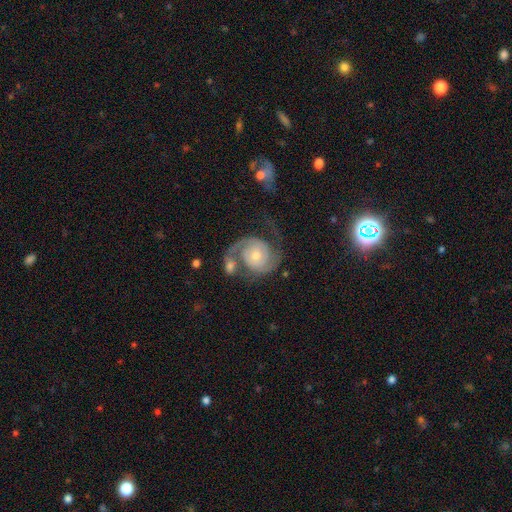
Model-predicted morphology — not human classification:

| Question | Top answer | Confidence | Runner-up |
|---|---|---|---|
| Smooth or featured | featured or disk | 86% | smooth (9%) |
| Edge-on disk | no | 98% | yes (2%) |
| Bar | no | 73% | weak (22%) |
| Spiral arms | yes | 97% | no (3%) |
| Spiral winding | medium | 44% | tight (36%) |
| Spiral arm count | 2 | 84% | 1 (6%) |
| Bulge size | moderate | 47% | small (45%) |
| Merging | none | 48% | major disturbance (18%) |